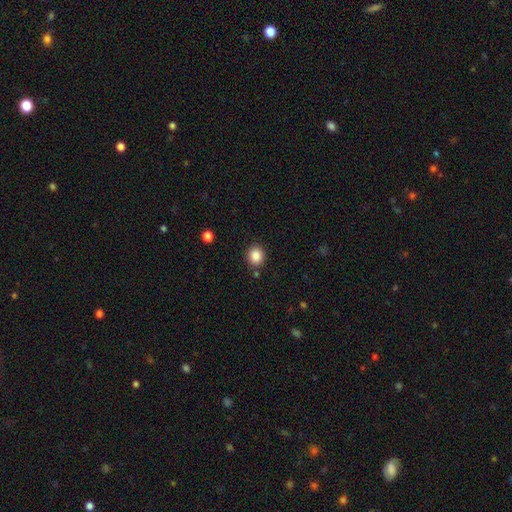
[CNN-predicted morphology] smooth-or-featured: smooth: 87% | star or artifact: 9% | featured or disk: 4%
  how-rounded: round: 75% | in between: 24% | cigar-shaped: 1%
  merging: none: 85% | minor disturbance: 9% | merger: 4% | major disturbance: 3%